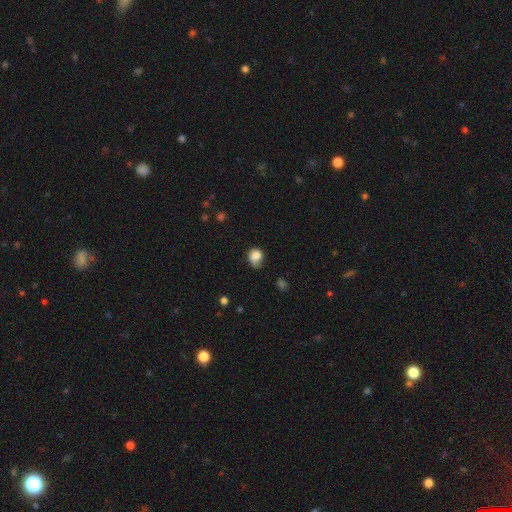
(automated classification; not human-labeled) smooth-or-featured: smooth: 82% | star or artifact: 9% | featured or disk: 9%
  how-rounded: round: 67% | in between: 32% | cigar-shaped: 1%
  merging: none: 44% | minor disturbance: 38% | major disturbance: 15% | merger: 3%